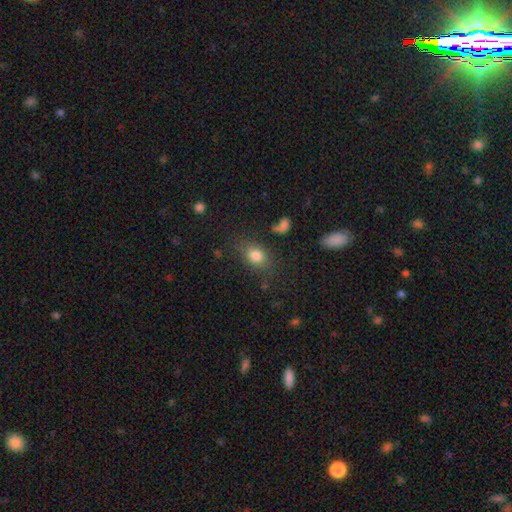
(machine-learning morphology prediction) A smooth galaxy with no disk features (80%) that is in between round and cigar-shaped (67%).

Vote fractions:
- Smooth or featured? smooth: 80% / star or artifact: 11% / featured or disk: 8%
- How rounded? in between: 67% / round: 31% / cigar-shaped: 2%
- Merging? none: 76% / minor disturbance: 15% / major disturbance: 6% / merger: 4%